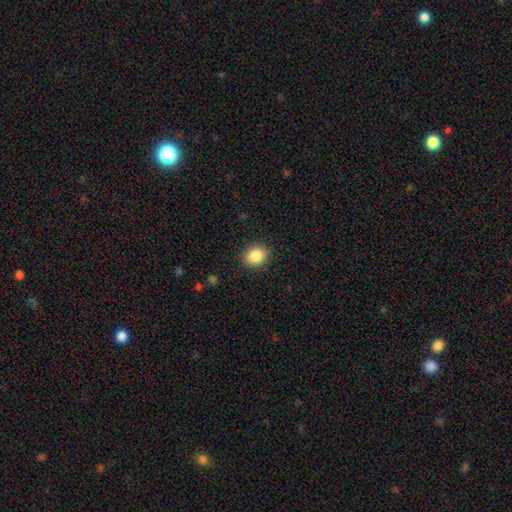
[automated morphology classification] The model was most divided on "how rounded": round: 51%, in between: 48%, cigar-shaped: 1%. More confident: merging — none (88%); smooth or featured — smooth (86%).